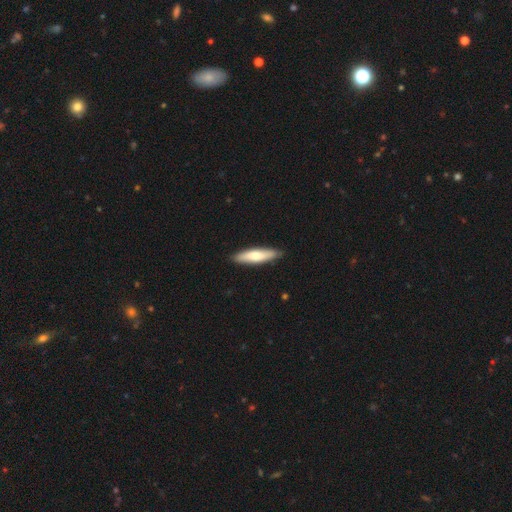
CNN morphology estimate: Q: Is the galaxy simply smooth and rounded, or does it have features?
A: smooth — 69%.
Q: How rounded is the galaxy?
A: cigar-shaped — 73%.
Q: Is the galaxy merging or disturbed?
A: none — 89%.